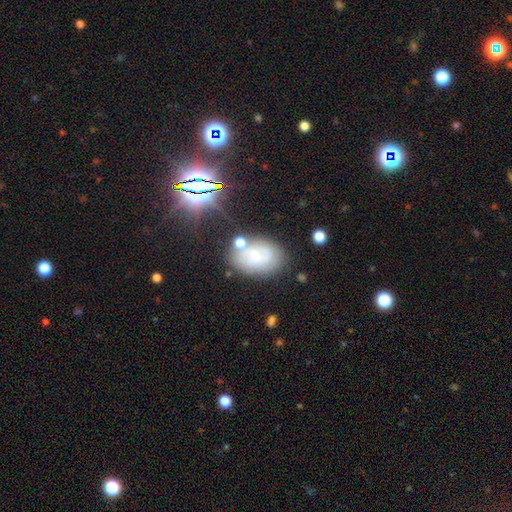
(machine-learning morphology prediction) Q: Smooth or featured?
A: smooth (44%); runner-up: featured or disk (40%)
Q: Merging?
A: none (64%); runner-up: minor disturbance (19%)